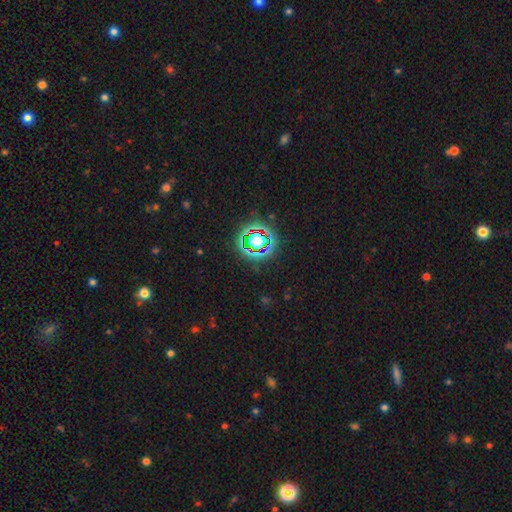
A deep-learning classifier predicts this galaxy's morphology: A star or artifact, not a galaxy (78%).